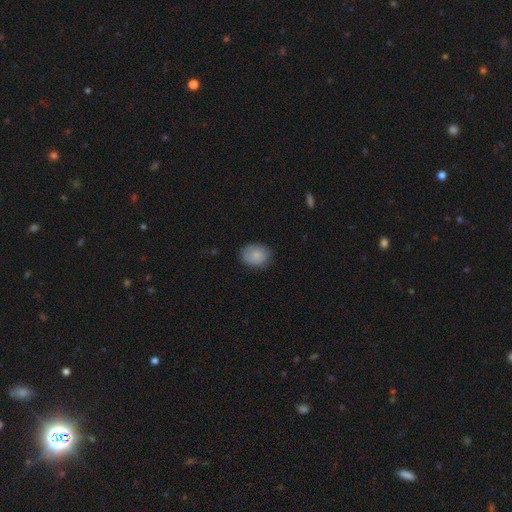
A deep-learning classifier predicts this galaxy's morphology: smooth-or-featured: smooth: 83% | featured or disk: 10% | star or artifact: 7%
  how-rounded: in between: 54% | round: 45% | cigar-shaped: 1%
  merging: none: 80% | minor disturbance: 16% | major disturbance: 3% | merger: 1%